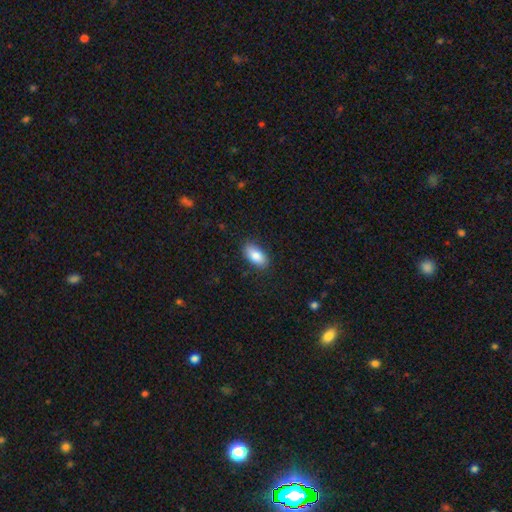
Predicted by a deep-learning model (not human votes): smooth_or_featured: smooth (p=0.85) [alt: featured or disk p=0.09]
how_rounded: in between (p=0.91) [alt: cigar-shaped p=0.06]
merging: none (p=0.84) [alt: minor disturbance p=0.13]